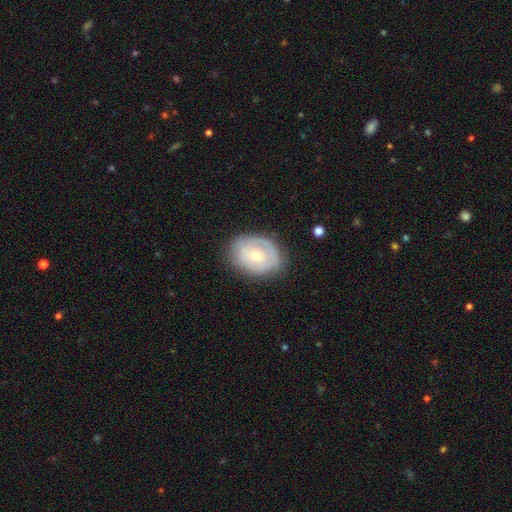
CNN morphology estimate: A featured or disk galaxy (53%). Merging: none (74%).